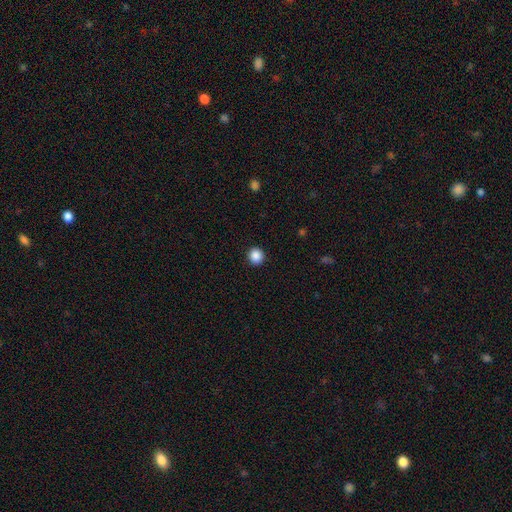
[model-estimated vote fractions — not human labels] A smooth galaxy with no disk features (88%) that is round (92%). Merging: none (93%).